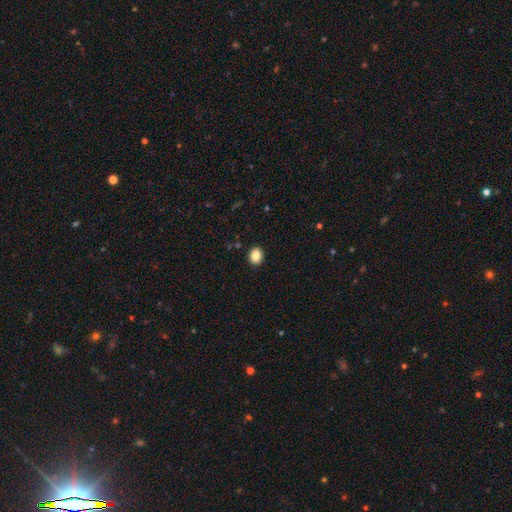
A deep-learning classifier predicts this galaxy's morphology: type=smooth (85%); roundness=round (56%); merging=none (91%).